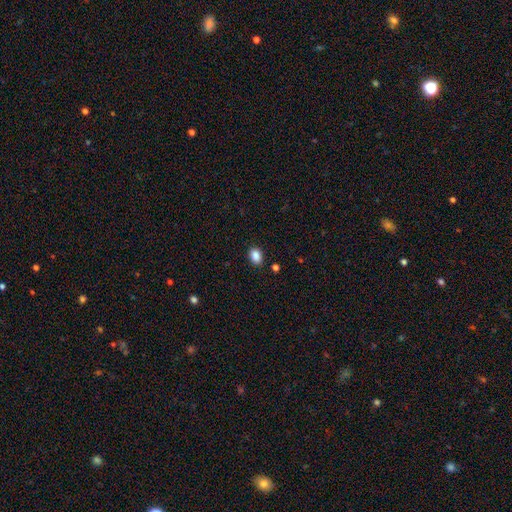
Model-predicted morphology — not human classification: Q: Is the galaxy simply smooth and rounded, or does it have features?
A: smooth — 87%.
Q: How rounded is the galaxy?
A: in between — 74%.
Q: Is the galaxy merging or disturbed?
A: none — 87%.